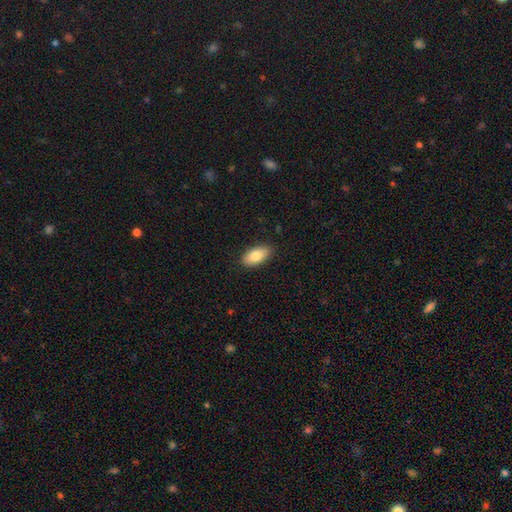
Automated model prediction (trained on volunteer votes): Smooth or featured?
  - smooth: 84% *
  - featured or disk: 9%
  - star or artifact: 7%
How rounded?
  - in between: 92% *
  - cigar-shaped: 5%
  - round: 3%
Merging?
  - none: 86% *
  - minor disturbance: 11%
  - major disturbance: 2%
  - merger: 1%